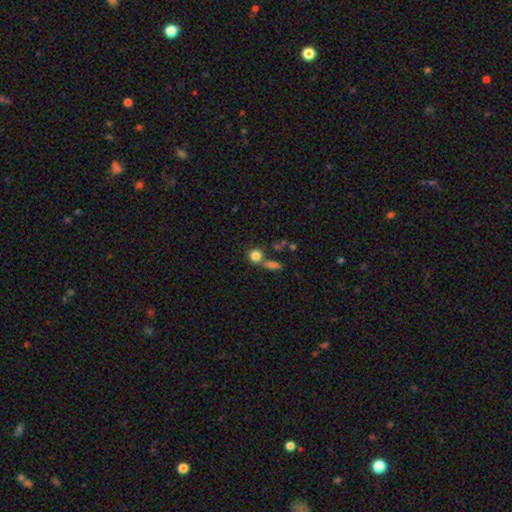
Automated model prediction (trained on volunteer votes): Q: Smooth or featured?
A: smooth (82%); runner-up: star or artifact (11%)
Q: How rounded?
A: round (83%); runner-up: in between (15%)
Q: Merging?
A: none (55%); runner-up: merger (30%)